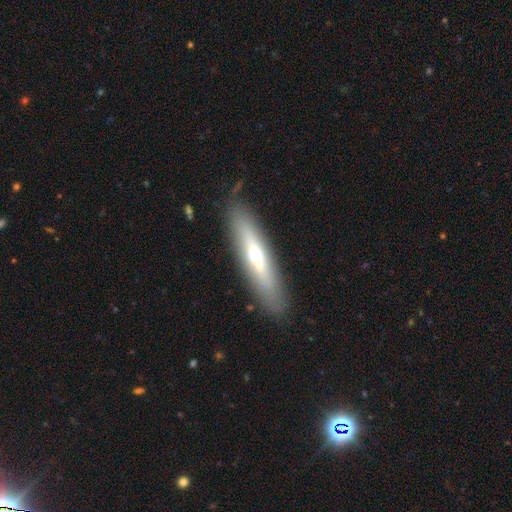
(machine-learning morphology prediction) This is possibly a featured or disk galaxy (51%). It is likely viewed edge-on (74%). Merging: clearly none (86%).